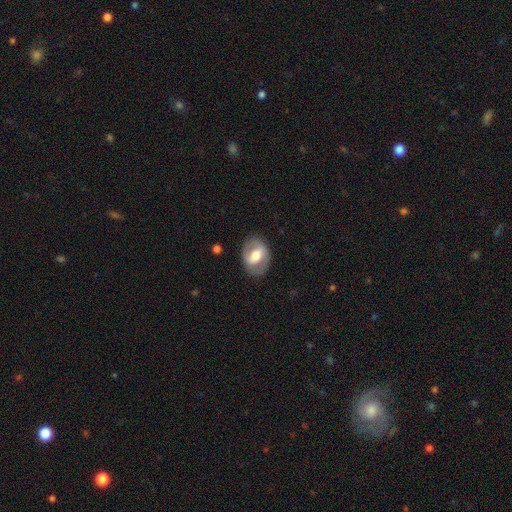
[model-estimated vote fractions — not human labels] Smooth or featured: featured or disk — 54% (smooth — 40%)
Edge-on disk: no — 93% (yes — 7%)
Bar: strong — 38% (weak — 37%)
Spiral arms: no — 58% (yes — 42%)
Bulge size: moderate — 62% (large — 23%)
Merging: none — 82% (minor disturbance — 12%)